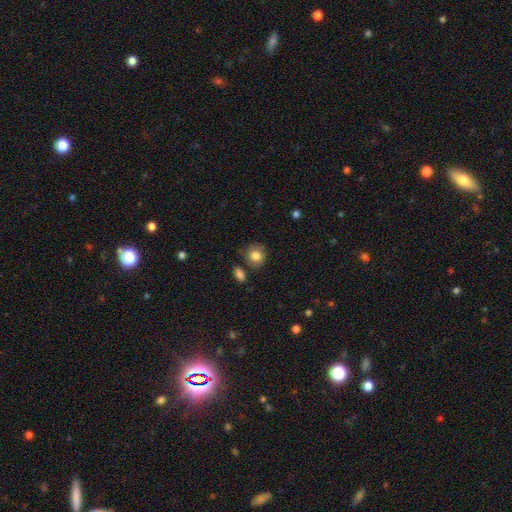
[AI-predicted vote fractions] Smooth or featured: smooth — 83% (featured or disk — 9%)
How rounded: round — 76% (in between — 23%)
Merging: none — 73% (minor disturbance — 17%)